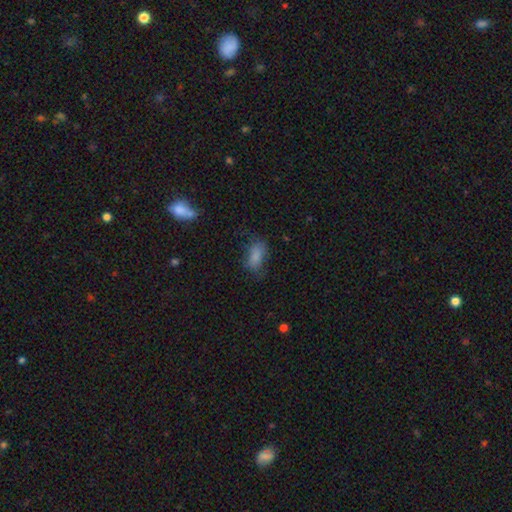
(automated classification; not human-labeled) smooth_or_featured: smooth (p=0.79) [alt: star or artifact p=0.11]
how_rounded: in between (p=0.88) [alt: cigar-shaped p=0.06]
merging: none (p=0.54) [alt: minor disturbance p=0.27]